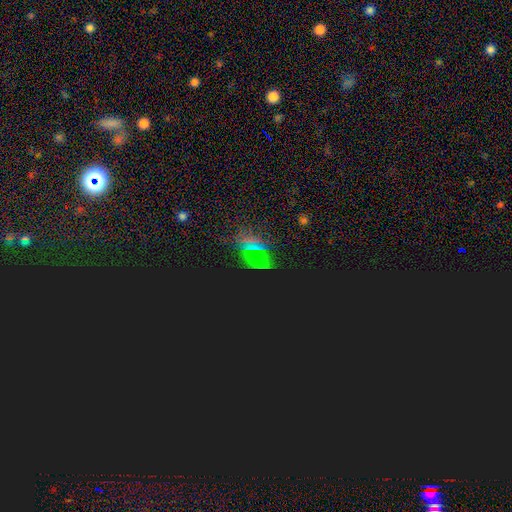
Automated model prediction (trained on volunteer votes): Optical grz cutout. It shows a star or artifact, not a galaxy (69%).